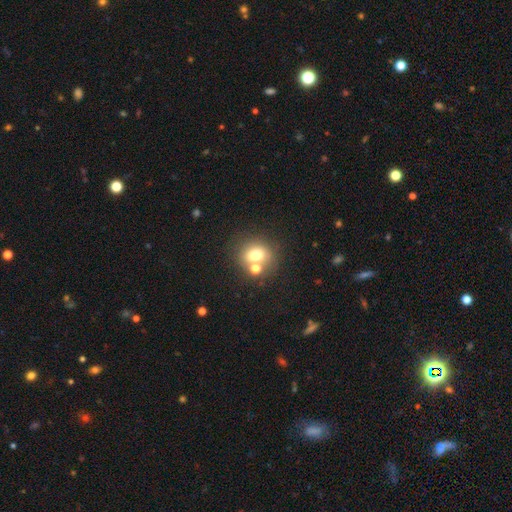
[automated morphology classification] Q: Smooth or featured?
A: smooth (71%); runner-up: featured or disk (15%)
Q: How rounded?
A: round (70%); runner-up: in between (29%)
Q: Merging?
A: none (55%); runner-up: merger (30%)